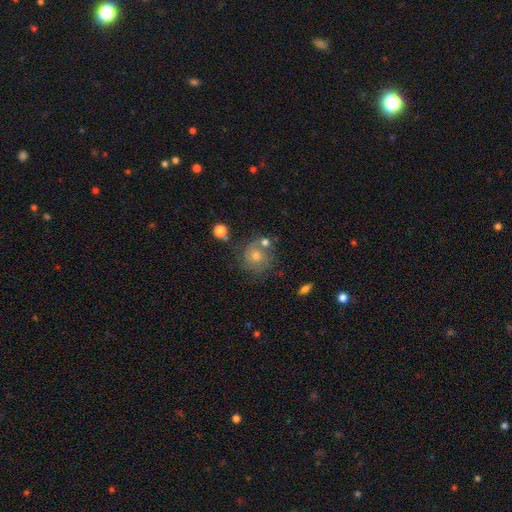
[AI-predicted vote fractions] Smooth or featured?
  - featured or disk: 41% * (tied)
  - smooth: 41% * (tied)
  - star or artifact: 18%
Merging?
  - none: 66% *
  - minor disturbance: 16%
  - merger: 11%
  - major disturbance: 7%